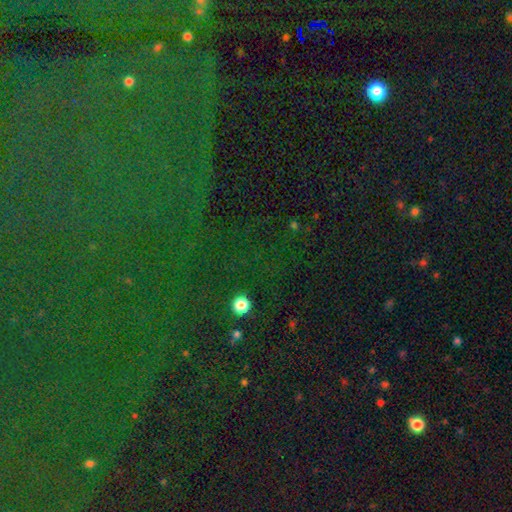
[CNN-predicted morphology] A star or artifact, not a galaxy (83%).